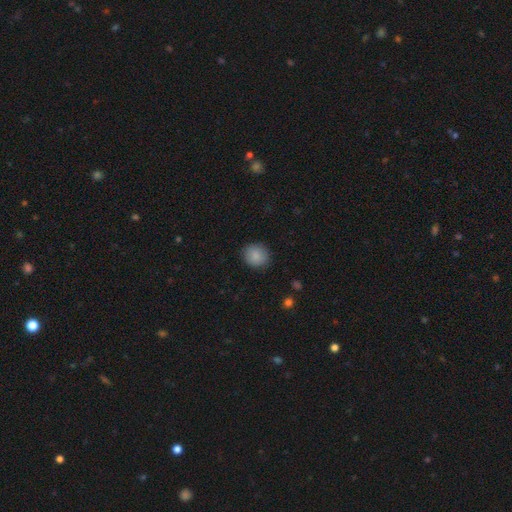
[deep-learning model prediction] Smooth or featured: smooth — 88% (star or artifact — 8%)
How rounded: round — 82% (in between — 17%)
Merging: none — 88% (minor disturbance — 8%)